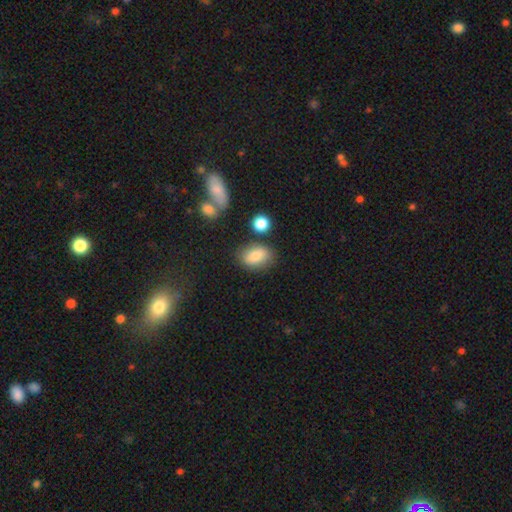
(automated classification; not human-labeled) The model was most divided on "merging": none: 74%, minor disturbance: 15%, merger: 7%, major disturbance: 4%. More confident: how rounded — in between (82%); smooth or featured — smooth (80%).